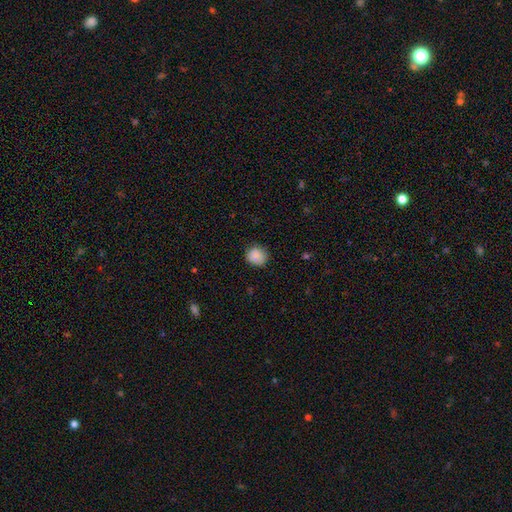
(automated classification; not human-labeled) Morphology: type=smooth (88%); roundness=round (85%); merging=none (83%).